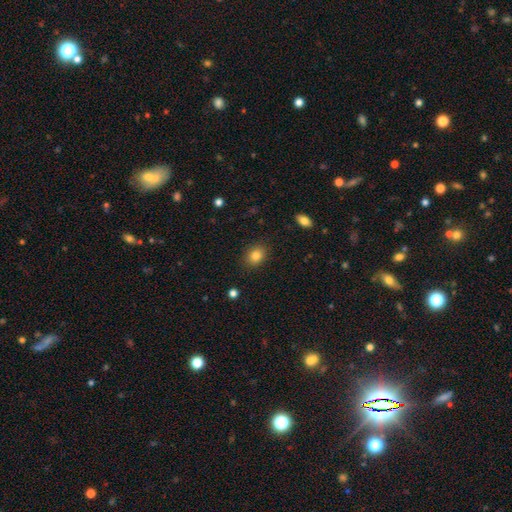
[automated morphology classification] Overall: smooth (84%). How rounded: in between (54%; round 45%). Merging: none (86%).